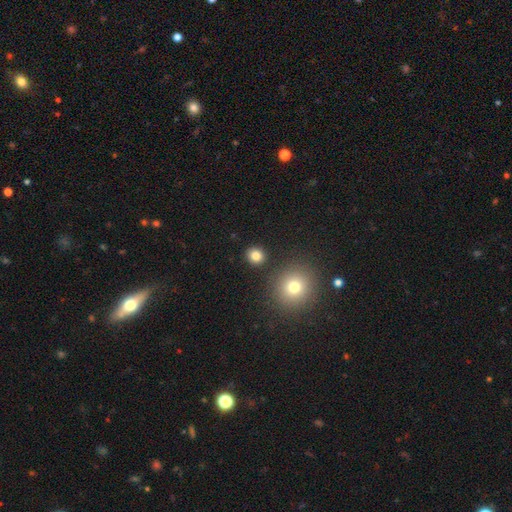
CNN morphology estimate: Smooth or featured: smooth — 82% (star or artifact — 13%)
How rounded: round — 89% (in between — 10%)
Merging: none — 89% (minor disturbance — 6%)